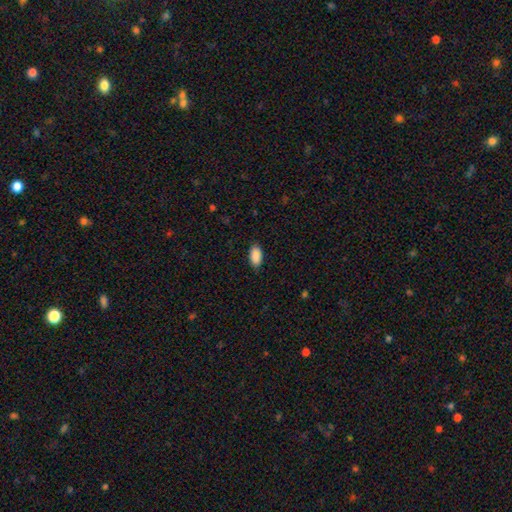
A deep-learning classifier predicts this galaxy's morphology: A smooth galaxy with no disk features (90%) that is in between round and cigar-shaped (94%).

Vote fractions:
- Smooth or featured? smooth: 90% / star or artifact: 7% / featured or disk: 3%
- How rounded? in between: 94% / round: 3% / cigar-shaped: 3%
- Merging? none: 85% / minor disturbance: 12% / major disturbance: 3% / merger: 1%